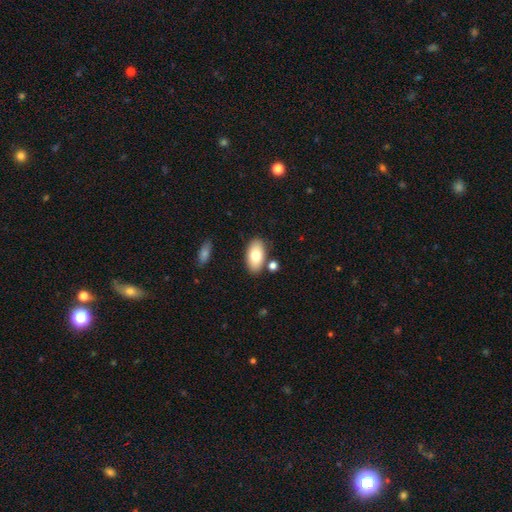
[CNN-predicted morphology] smooth_or_featured: smooth (p=0.78) [alt: featured or disk p=0.16]
how_rounded: in between (p=0.94) [alt: round p=0.04]
merging: none (p=0.80) [alt: minor disturbance p=0.11]